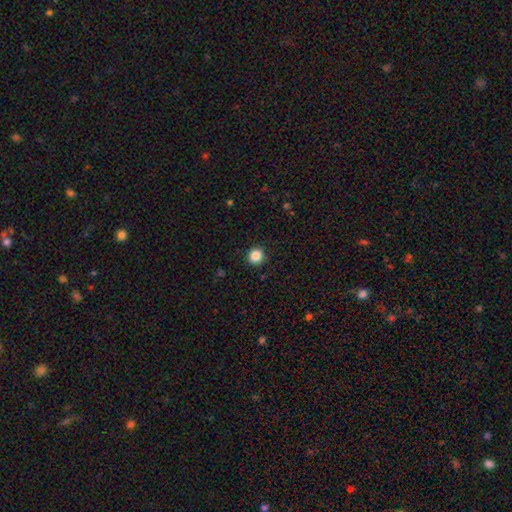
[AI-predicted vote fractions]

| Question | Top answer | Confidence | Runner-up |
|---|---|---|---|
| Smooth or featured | smooth | 85% | star or artifact (11%) |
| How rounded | round | 91% | in between (8%) |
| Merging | none | 91% | minor disturbance (6%) |